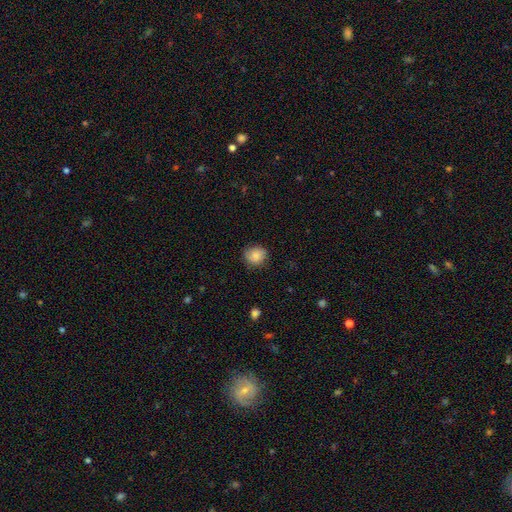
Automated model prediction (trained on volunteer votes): Smooth or featured?
  - smooth: 83% *
  - featured or disk: 9%
  - star or artifact: 8%
How rounded?
  - round: 77% *
  - in between: 22%
  - cigar-shaped: 1%
Merging?
  - none: 81% *
  - minor disturbance: 15%
  - major disturbance: 3%
  - merger: 1%